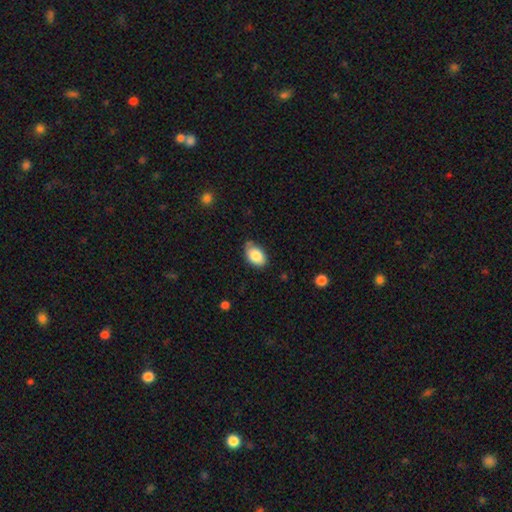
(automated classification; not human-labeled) Overall: smooth (84%). How rounded: in between (88%). Merging: none (69%).